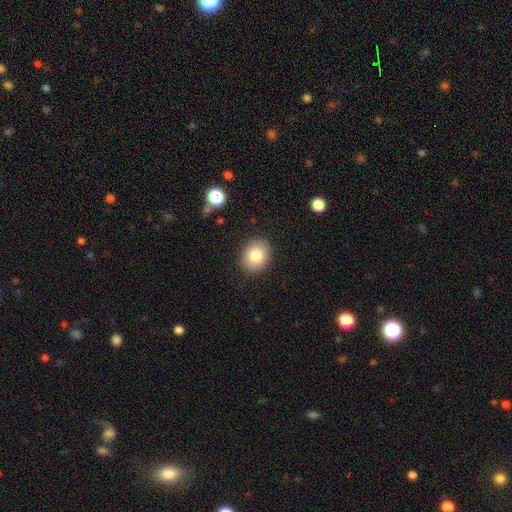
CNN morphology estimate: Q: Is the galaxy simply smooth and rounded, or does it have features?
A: smooth — 82%.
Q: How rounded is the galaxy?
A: round — 53%.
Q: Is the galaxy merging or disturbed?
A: none — 88%.